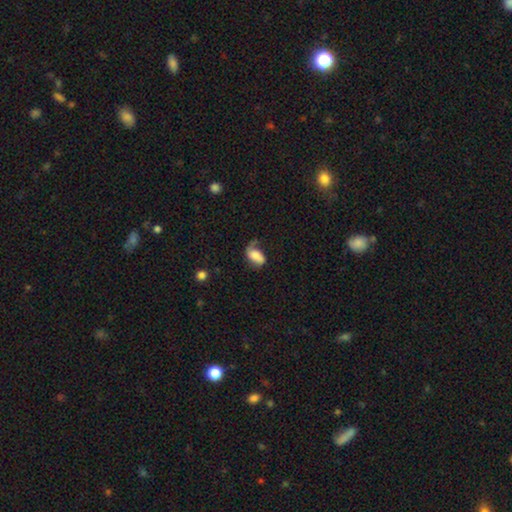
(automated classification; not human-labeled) This is possibly a smooth galaxy (51%). How rounded: clearly in between (87%). Merging: marginally none (38%).